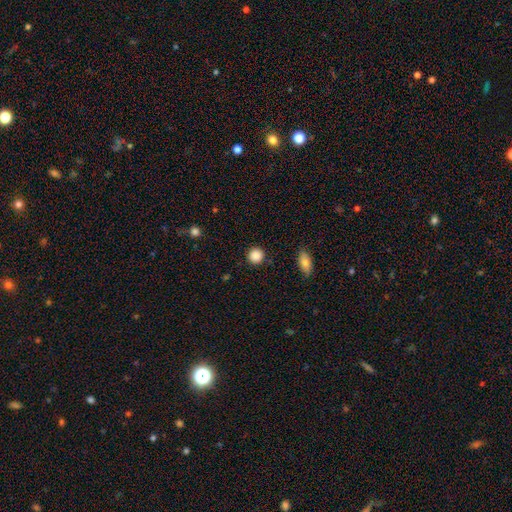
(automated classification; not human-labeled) This appears to be a smooth galaxy with no disk features (88%) that is round (93%). Merging: none (91%).